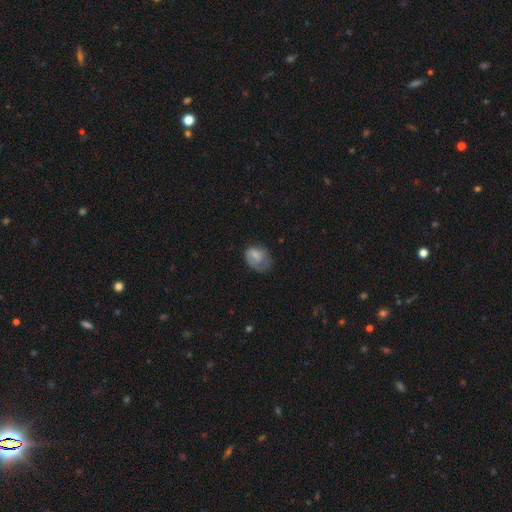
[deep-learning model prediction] smooth_or_featured: smooth (p=0.68) [alt: featured or disk p=0.24]
how_rounded: in between (p=0.64) [alt: round p=0.35]
merging: none (p=0.39) [alt: minor disturbance p=0.34]